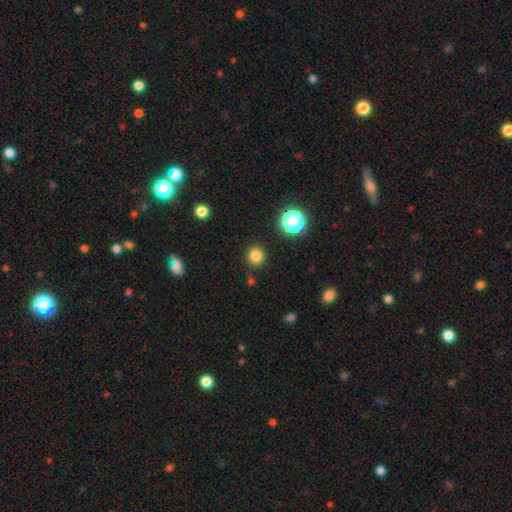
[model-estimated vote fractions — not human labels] This appears to be a smooth galaxy with no disk features (82%) that is round (92%). Merging: none (88%).